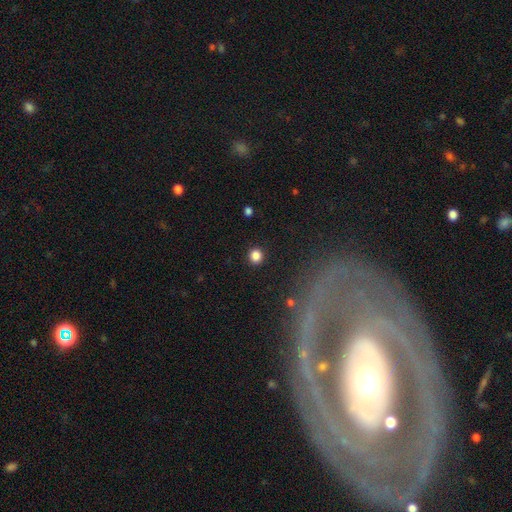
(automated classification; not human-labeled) Smooth or featured: smooth — 84% (star or artifact — 12%)
How rounded: round — 91% (in between — 8%)
Merging: none — 92% (minor disturbance — 5%)